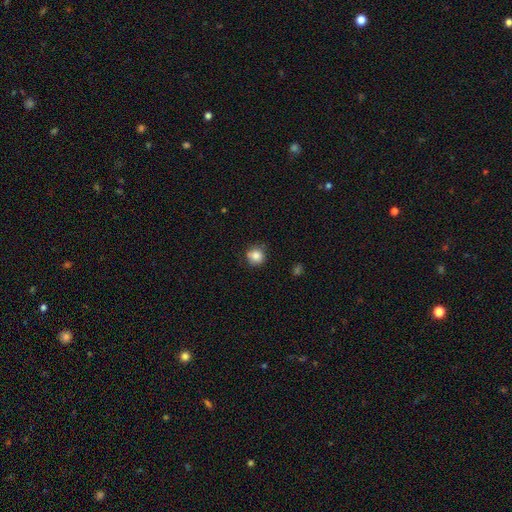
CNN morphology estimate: The model was most divided on "merging": none: 81%, minor disturbance: 15%, major disturbance: 3%, merger: 1%. More confident: how rounded — round (90%); smooth or featured — smooth (85%).